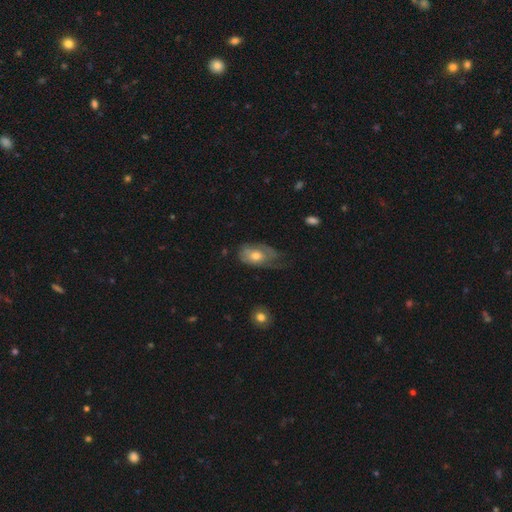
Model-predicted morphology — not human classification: This appears to be a smooth galaxy with no disk features (52%) that is in between round and cigar-shaped (88%). Merging: minor disturbance (37%).